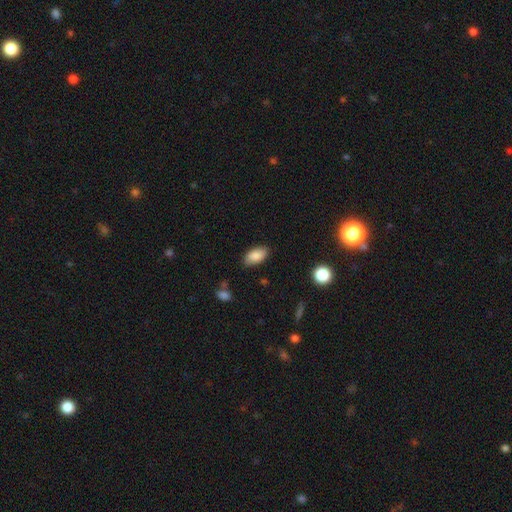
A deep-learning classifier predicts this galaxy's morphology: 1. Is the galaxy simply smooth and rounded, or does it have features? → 86% smooth, 7% star or artifact, 7% featured or disk.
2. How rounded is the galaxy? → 93% in between, 3% round, 3% cigar-shaped.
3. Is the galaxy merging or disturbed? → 84% none, 12% minor disturbance, 3% major disturbance, 2% merger.